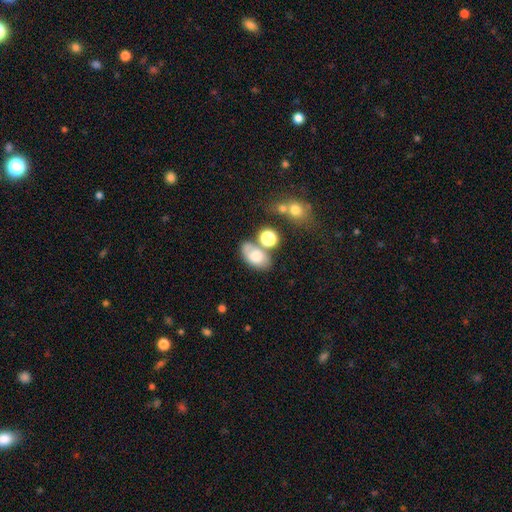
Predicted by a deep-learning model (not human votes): A smooth galaxy with no disk features (64%) that is in between round and cigar-shaped (87%).

Vote fractions:
- Smooth or featured? smooth: 64% / featured or disk: 25% / star or artifact: 11%
- How rounded? in between: 87% / round: 11% / cigar-shaped: 2%
- Merging? none: 48% / merger: 24% / minor disturbance: 19% / major disturbance: 8%